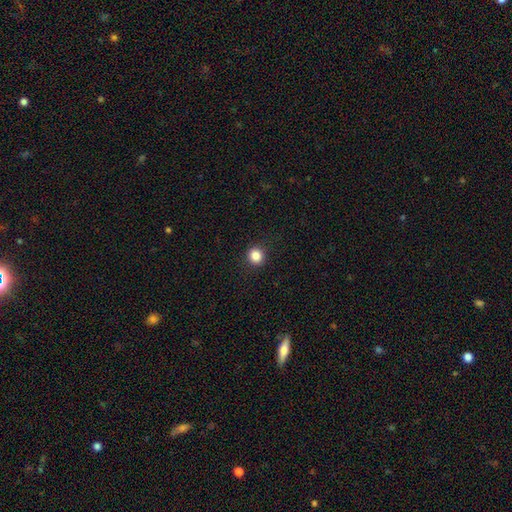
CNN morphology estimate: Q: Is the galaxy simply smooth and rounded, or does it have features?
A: smooth — 86%.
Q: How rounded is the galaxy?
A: round — 88%.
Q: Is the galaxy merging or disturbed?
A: none — 91%.